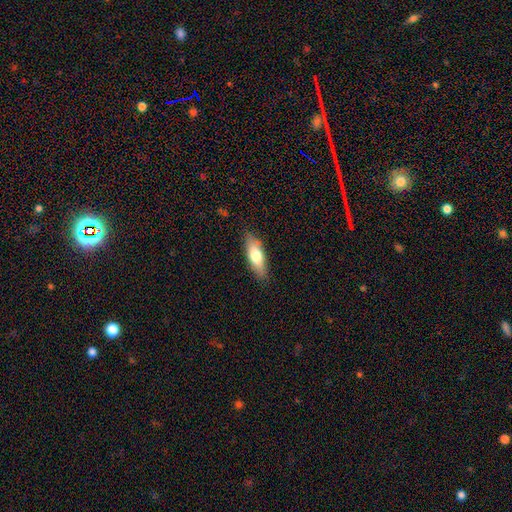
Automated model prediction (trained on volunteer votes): Overall: smooth (69%). How rounded: in between (60%; cigar-shaped 38%). Merging: none (84%).